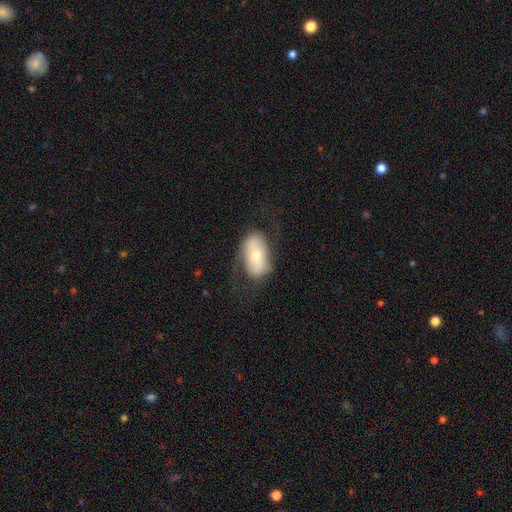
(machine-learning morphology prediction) Smooth or featured? featured or disk (50%)
Merging? none (63%)